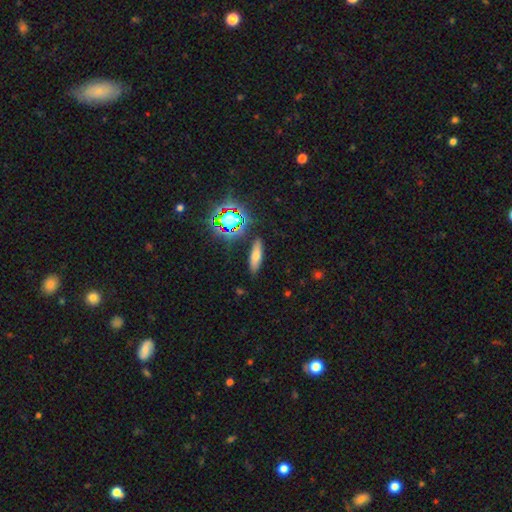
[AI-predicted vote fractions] Smooth or featured?
  - smooth: 61% *
  - featured or disk: 20%
  - star or artifact: 19%
How rounded?
  - cigar-shaped: 54% *
  - in between: 40%
  - round: 5%
Merging?
  - none: 85% *
  - minor disturbance: 10%
  - major disturbance: 3%
  - merger: 2%